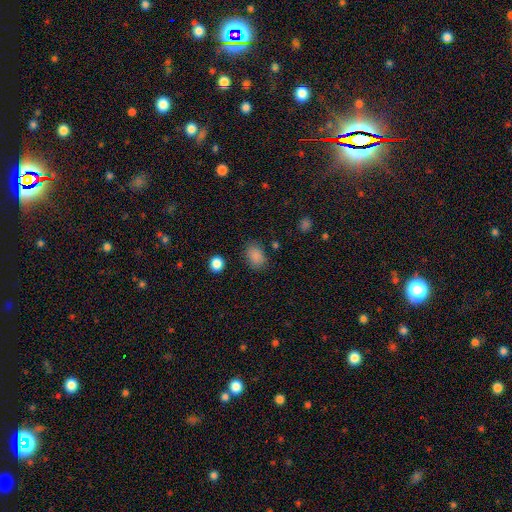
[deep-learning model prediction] A smooth galaxy with no disk features (85%) that is in between round and cigar-shaped (73%).

Vote fractions:
- Smooth or featured? smooth: 85% / star or artifact: 11% / featured or disk: 4%
- How rounded? in between: 73% / round: 26% / cigar-shaped: 1%
- Merging? none: 80% / minor disturbance: 14% / major disturbance: 4% / merger: 2%